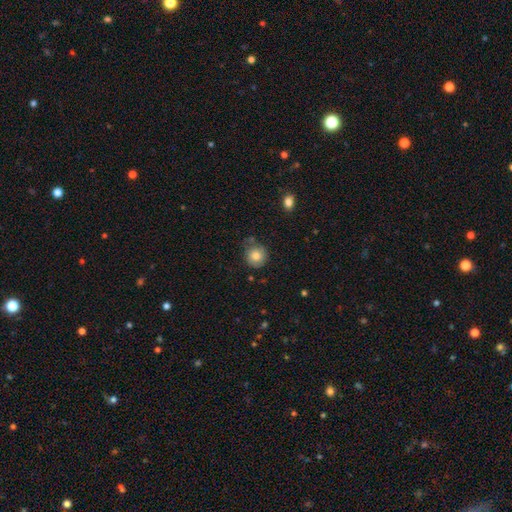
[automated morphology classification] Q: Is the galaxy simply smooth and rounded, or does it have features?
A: smooth — 81%.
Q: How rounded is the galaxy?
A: round — 89%.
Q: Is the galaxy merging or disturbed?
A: none — 71%.